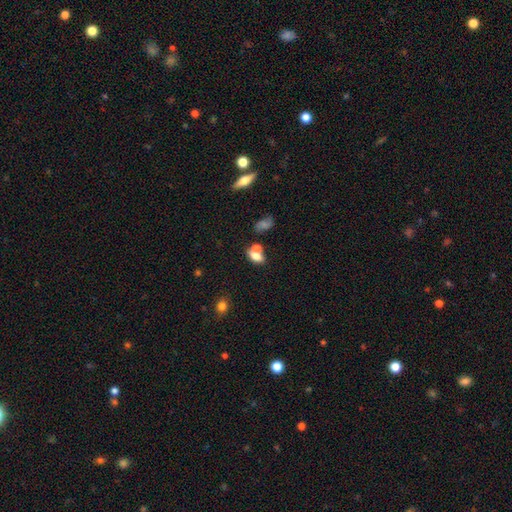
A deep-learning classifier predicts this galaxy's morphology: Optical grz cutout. It shows a smooth galaxy with no disk features (69%) that is in between round and cigar-shaped (77%). Merging: merger (44%).